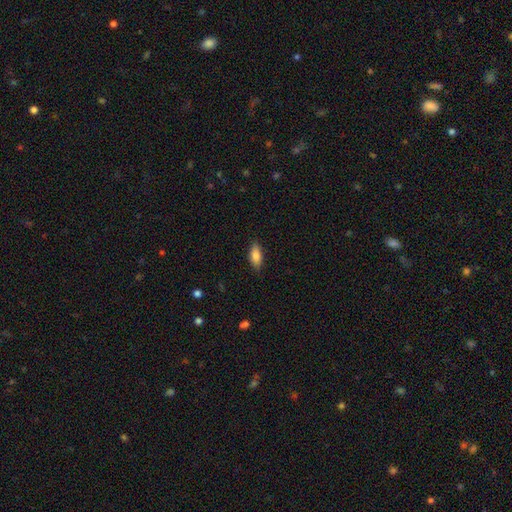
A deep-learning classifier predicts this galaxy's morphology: Overall: smooth (84%). How rounded: in between (83%). Merging: none (85%).